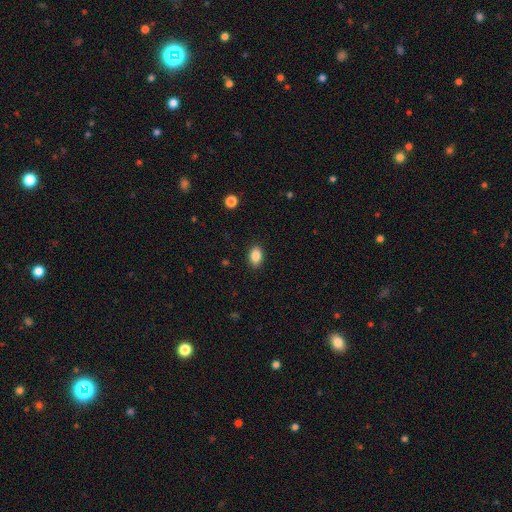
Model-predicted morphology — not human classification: The model was most divided on "how rounded": in between: 86%, round: 13%, cigar-shaped: 1%. More confident: merging — none (89%); smooth or featured — smooth (87%).